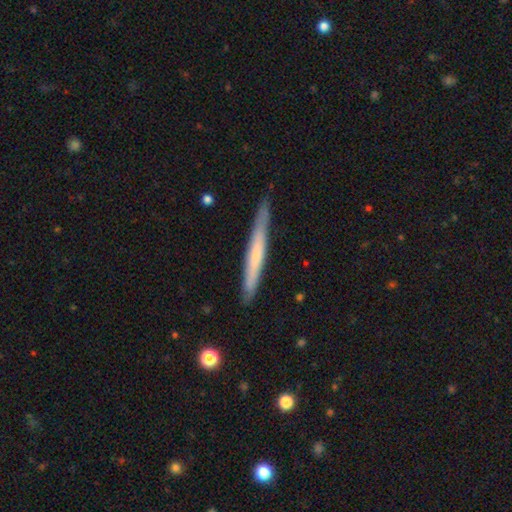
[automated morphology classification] Overall: smooth (49%; featured or disk 46%). Merging: none (85%).